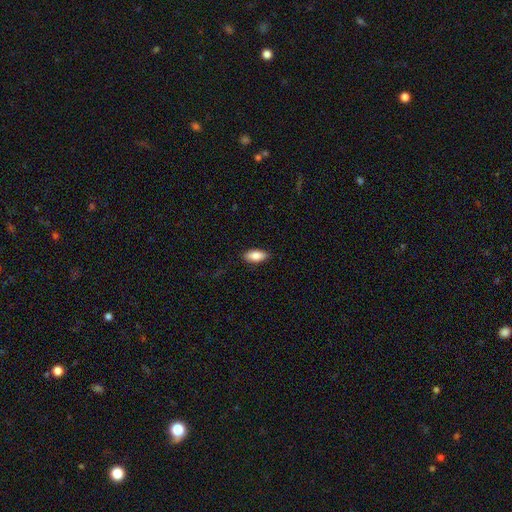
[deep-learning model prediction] smooth_or_featured: smooth (p=0.86) [alt: featured or disk p=0.08]
how_rounded: in between (p=0.87) [alt: cigar-shaped p=0.10]
merging: none (p=0.86) [alt: minor disturbance p=0.11]